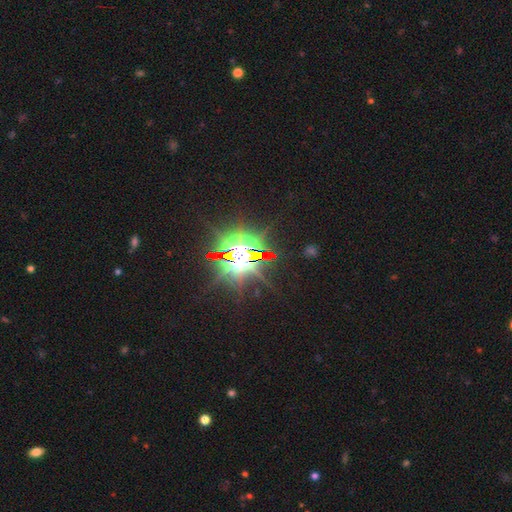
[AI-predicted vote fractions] Smooth or featured? Predicted: star or artifact (p=0.81).